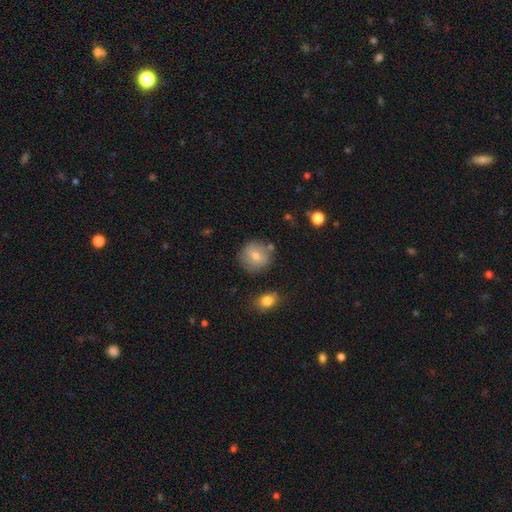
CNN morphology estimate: This is likely a smooth galaxy (65%). How rounded: clearly round (90%). Merging: clearly none (81%).